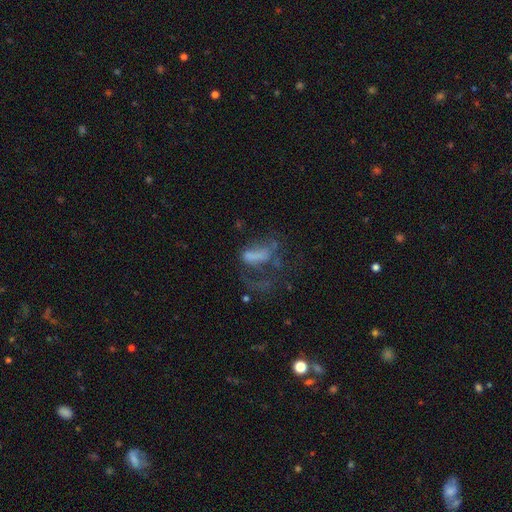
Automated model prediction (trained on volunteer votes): Smooth or featured? Predicted: featured or disk (p=0.45). Merging? Predicted: major disturbance (p=0.56).